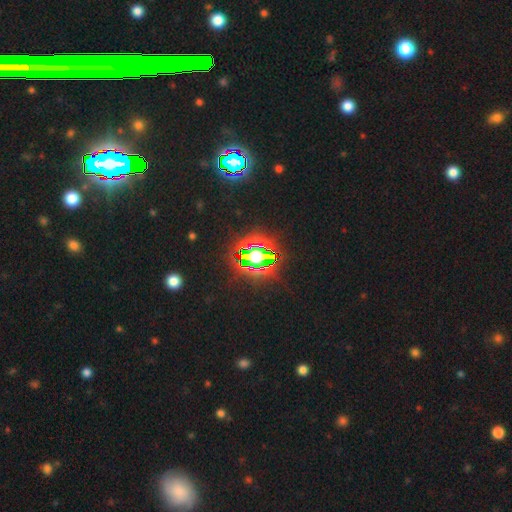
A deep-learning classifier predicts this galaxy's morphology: smooth_or_featured: star or artifact (p=0.69) [alt: smooth p=0.18]